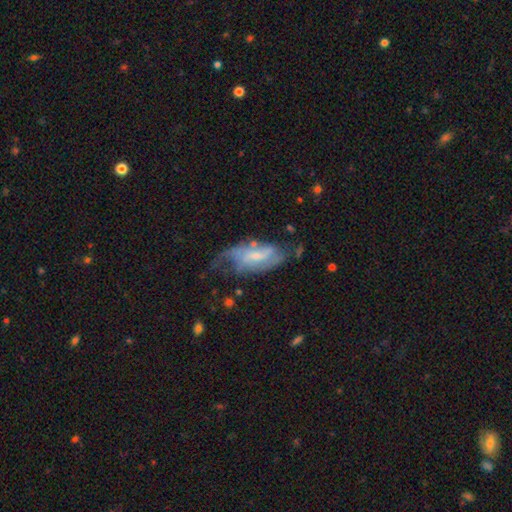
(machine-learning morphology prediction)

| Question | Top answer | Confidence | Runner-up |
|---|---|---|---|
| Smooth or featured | featured or disk | 72% | smooth (21%) |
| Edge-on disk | no | 92% | yes (8%) |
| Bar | weak | 48% | no (35%) |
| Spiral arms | yes | 86% | no (14%) |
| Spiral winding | medium | 40% | loose (37%) |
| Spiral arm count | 2 | 53% | can't tell (24%) |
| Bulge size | small | 51% | moderate (31%) |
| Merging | none | 42% | major disturbance (27%) |